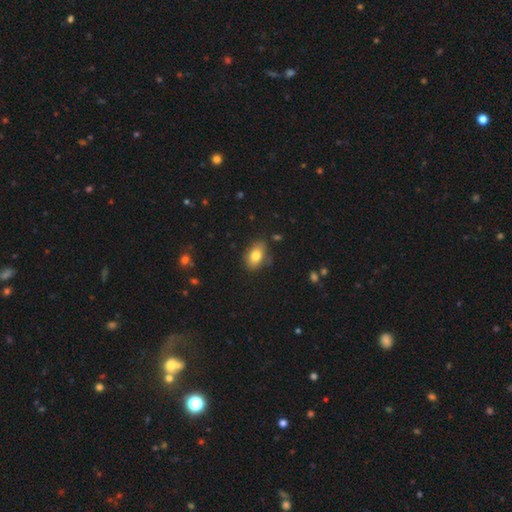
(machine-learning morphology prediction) Smooth or featured?
  - smooth: 79% *
  - featured or disk: 13%
  - star or artifact: 8%
How rounded?
  - in between: 86% *
  - round: 12%
  - cigar-shaped: 2%
Merging?
  - none: 78% *
  - minor disturbance: 17%
  - major disturbance: 3%
  - merger: 2%